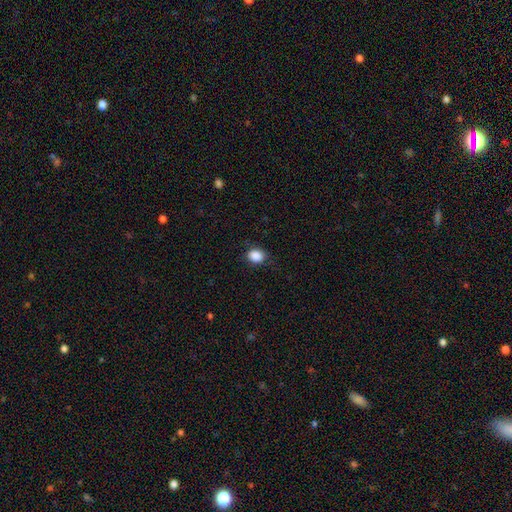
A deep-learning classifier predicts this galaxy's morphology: Q: Smooth or featured?
A: smooth (88%); runner-up: star or artifact (9%)
Q: How rounded?
A: round (50%); runner-up: in between (49%)
Q: Merging?
A: none (81%); runner-up: minor disturbance (15%)